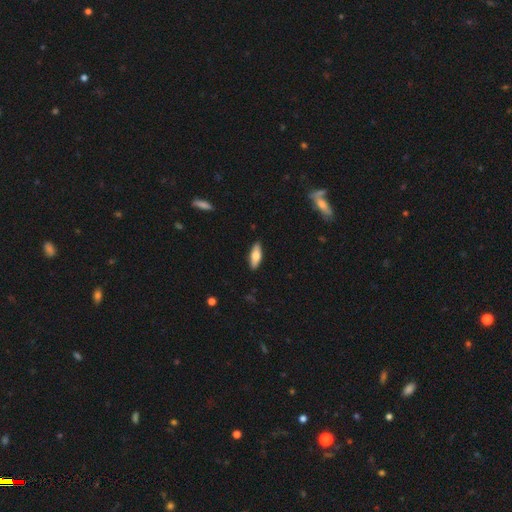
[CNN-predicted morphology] Overall: smooth (66%; featured or disk 28%). How rounded: in between (64%; cigar-shaped 34%). Merging: none (89%).